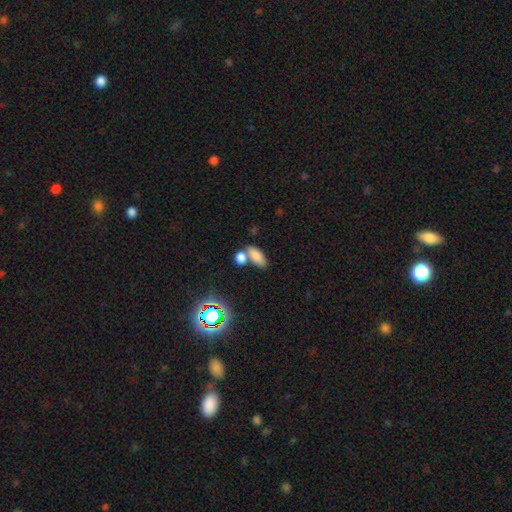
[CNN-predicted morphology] Overall: smooth (80%). How rounded: in between (85%). Merging: none (46%; merger 38%).